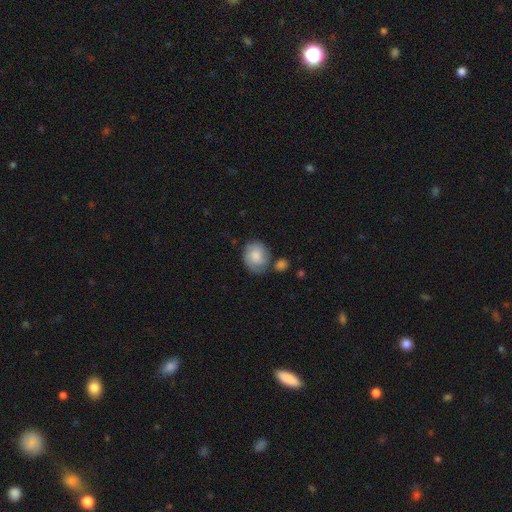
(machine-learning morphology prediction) Smooth or featured: smooth — 67% (featured or disk — 26%)
How rounded: round — 63% (in between — 36%)
Merging: none — 57% (minor disturbance — 24%)